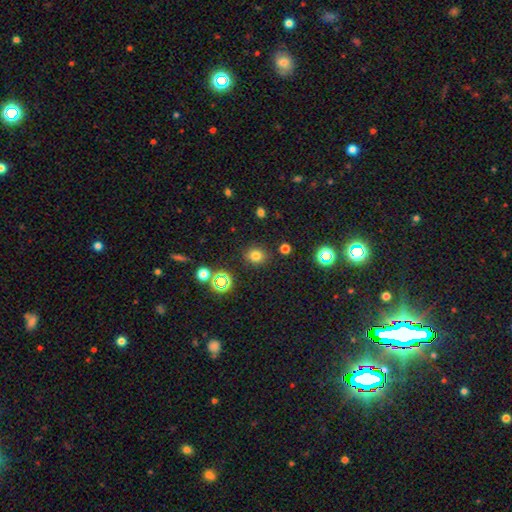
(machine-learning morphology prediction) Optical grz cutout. It shows a smooth galaxy with no disk features (75%) that is round (81%). Merging: none (87%).